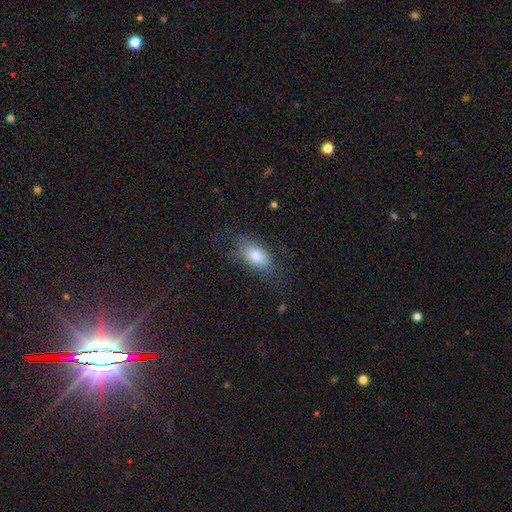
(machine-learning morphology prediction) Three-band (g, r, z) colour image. It shows a smooth galaxy with no disk features (76%) that is in between round and cigar-shaped (88%). Merging: none (66%).